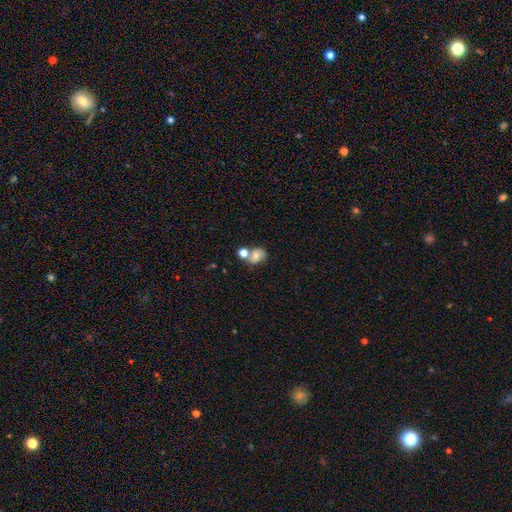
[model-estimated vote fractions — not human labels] This appears to be a smooth galaxy with no disk features (57%) that is in between round and cigar-shaped (51%). Merging: none (40%).